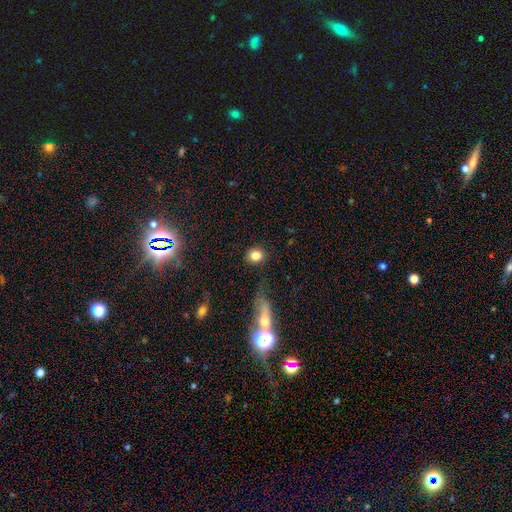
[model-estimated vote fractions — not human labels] Smooth or featured? Predicted: smooth (p=0.81). How rounded? Predicted: round (p=0.81). Merging? Predicted: none (p=0.84).